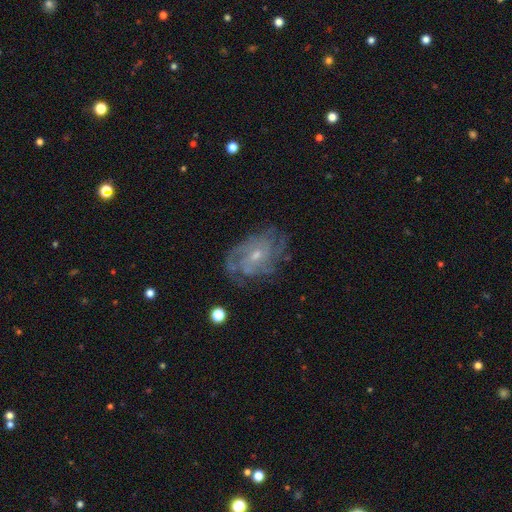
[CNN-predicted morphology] smooth-or-featured: featured or disk: 82% | smooth: 11% | star or artifact: 7%
  disk-edge-on: no: 97% | yes: 3%
    bar: no: 61% | weak: 33% | strong: 5%
    has-spiral-arms: yes: 90% | no: 10%
      spiral-winding: tight: 51% | medium: 37% | loose: 12%
      spiral-arm-count: can't tell: 41% | 2: 19% | 3: 18% | 4: 11% | 1: 6% | more than 4: 6%
    bulge-size: small: 63% | moderate: 33% | none: 2% | large: 1% | dominant: 1%
  merging: none: 67% | minor disturbance: 20% | major disturbance: 11% | merger: 2%